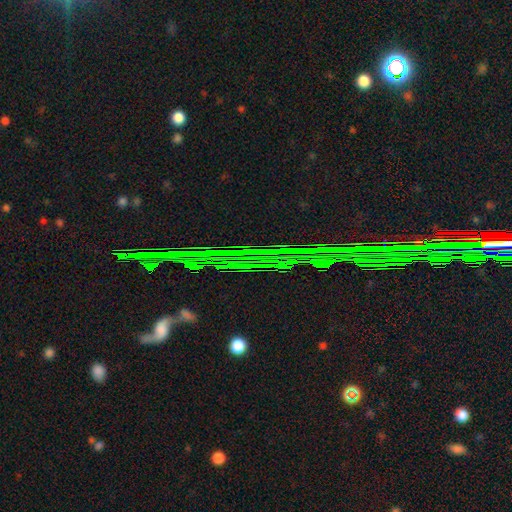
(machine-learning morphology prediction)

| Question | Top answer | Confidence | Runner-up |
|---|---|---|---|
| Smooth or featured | star or artifact | 74% | featured or disk (15%) |